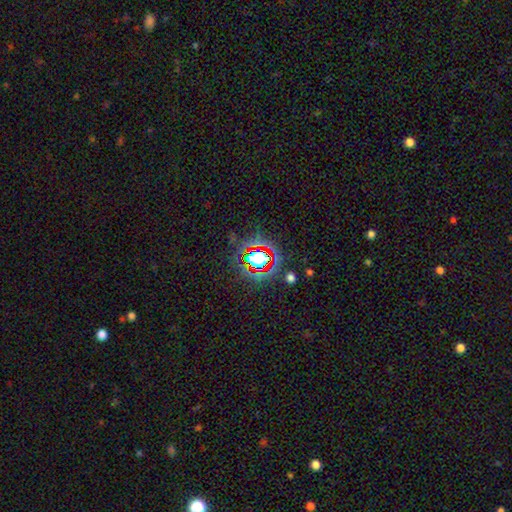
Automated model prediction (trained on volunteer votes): Smooth or featured? star or artifact (65%)